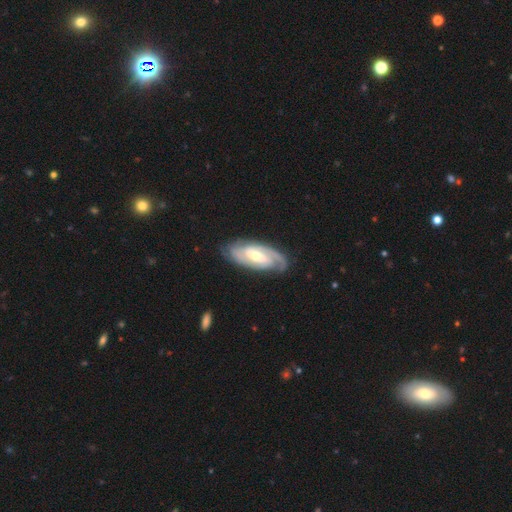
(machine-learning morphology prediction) Smooth or featured?
  - featured or disk: 87% *
  - smooth: 9%
  - star or artifact: 4%
Edge-on disk?
  - no: 93% *
  - yes: 7%
Bar?
  - weak: 45% *
  - no: 31%
  - strong: 24%
Spiral arms?
  - yes: 96% *
  - no: 4%
Spiral winding?
  - tight: 63% *
  - medium: 31%
  - loose: 7%
Spiral arm count?
  - 2: 64% *
  - can't tell: 16%
  - 3: 11%
  - 1: 4%
  - 4: 3%
  - more than 4: 2%
Bulge size?
  - moderate: 58% *
  - small: 36%
  - large: 4%
  - none: 1%
  - dominant: 1%
Merging?
  - none: 80% *
  - minor disturbance: 14%
  - major disturbance: 4%
  - merger: 1%